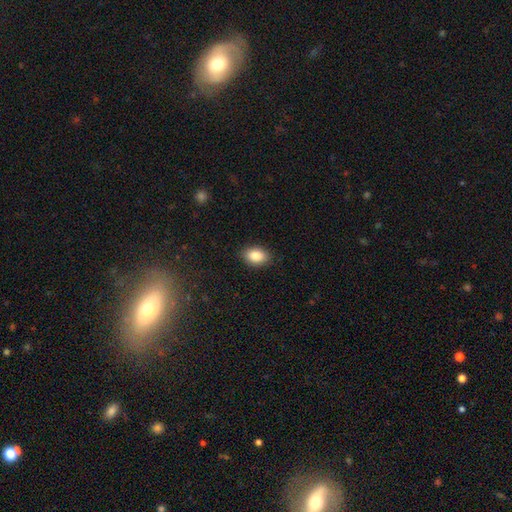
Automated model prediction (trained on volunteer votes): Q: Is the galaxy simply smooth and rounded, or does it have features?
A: smooth — 85%.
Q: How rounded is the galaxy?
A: in between — 81%.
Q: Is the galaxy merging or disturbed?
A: none — 89%.